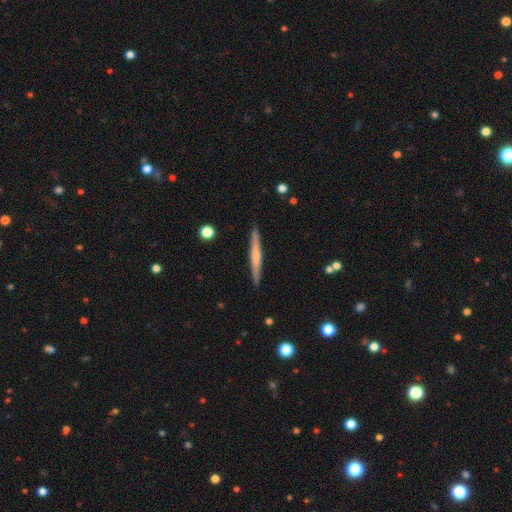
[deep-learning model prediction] Smooth or featured? featured or disk (52%)
Edge-on disk? yes (97%)
Edge-on bulge? rounded (50%)
Merging? none (91%)